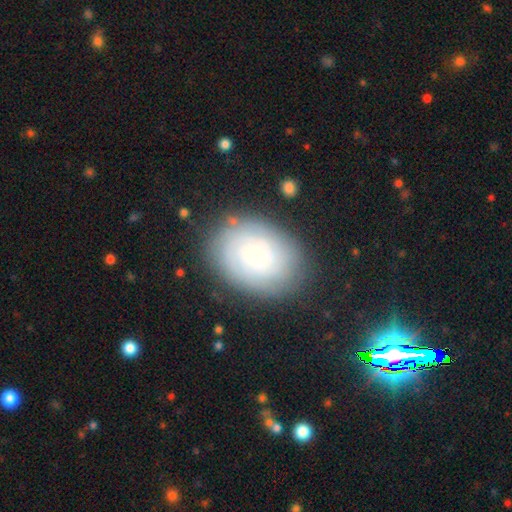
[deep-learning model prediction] This appears to be a featured or disk galaxy (66%) with no bar (79%), tight (79%) spiral arms (89%) and a small central bulge (76%). Merging: none (81%).